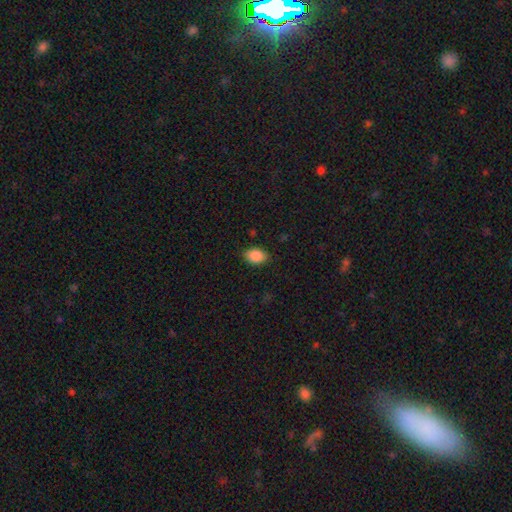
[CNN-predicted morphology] Smooth or featured?
  - smooth: 88% *
  - star or artifact: 8%
  - featured or disk: 4%
How rounded?
  - in between: 81% *
  - round: 18%
  - cigar-shaped: 1%
Merging?
  - none: 85% *
  - minor disturbance: 11%
  - major disturbance: 3%
  - merger: 1%